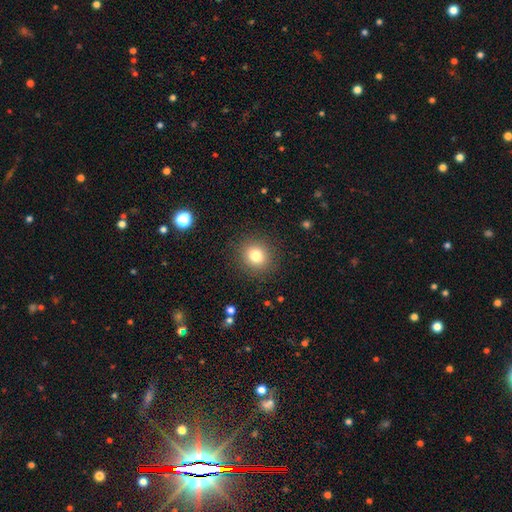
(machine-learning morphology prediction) This appears to be a smooth galaxy with no disk features (80%) that is round (83%). Merging: none (89%).